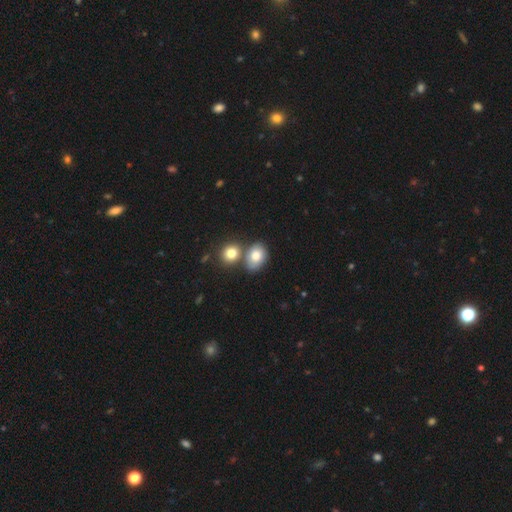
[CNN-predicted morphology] Overall: smooth (78%). How rounded: in between (64%; round 35%). Merging: none (48%; merger 34%).